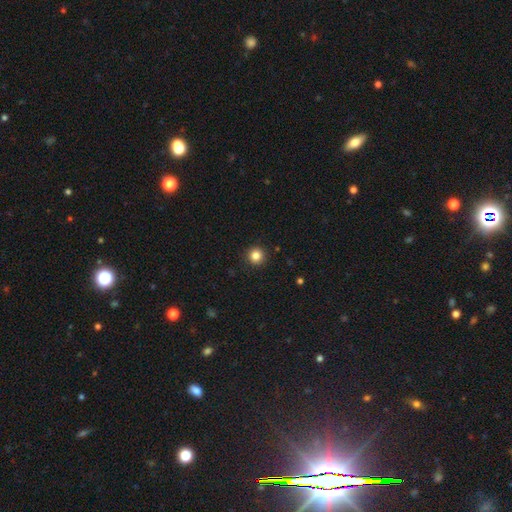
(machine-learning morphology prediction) Overall: smooth (84%). How rounded: round (96%). Merging: none (93%).